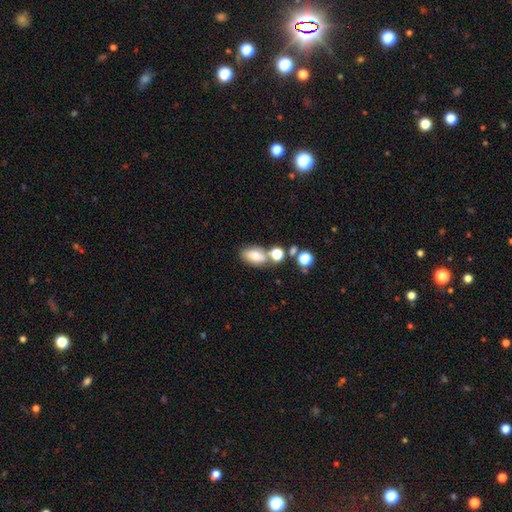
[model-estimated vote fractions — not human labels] Smooth or featured? smooth (73%)
How rounded? in between (84%)
Merging? none (56%)